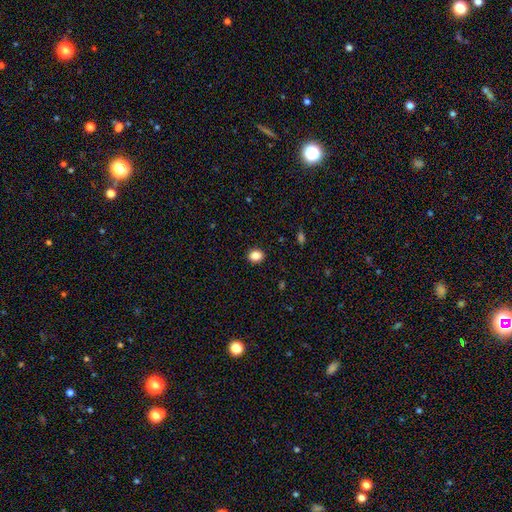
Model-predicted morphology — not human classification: The model was most divided on "how rounded": round: 52%, in between: 47%, cigar-shaped: 1%. More confident: merging — none (90%); smooth or featured — smooth (86%).